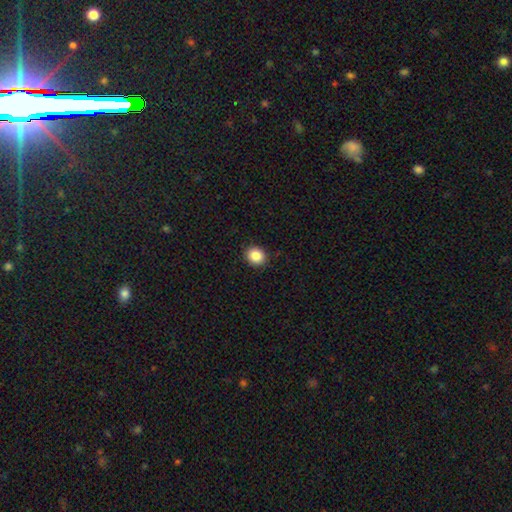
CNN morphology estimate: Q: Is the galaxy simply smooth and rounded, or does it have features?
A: smooth — 86%.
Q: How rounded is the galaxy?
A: round — 75%.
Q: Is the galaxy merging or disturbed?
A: none — 91%.